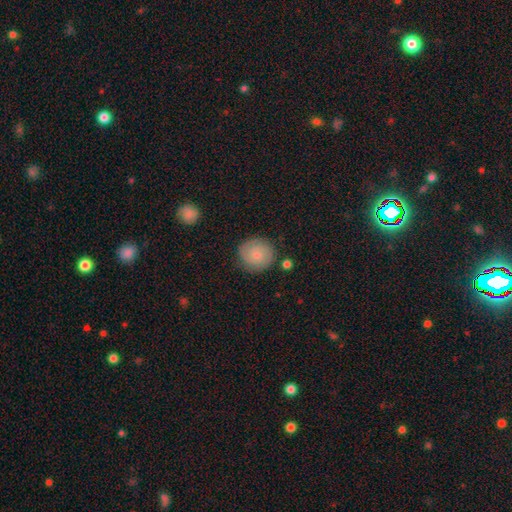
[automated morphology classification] smooth 56%, featured or disk 36%, star or artifact 8%. Down the decision tree: how rounded — round (90%); merging — none (83%).